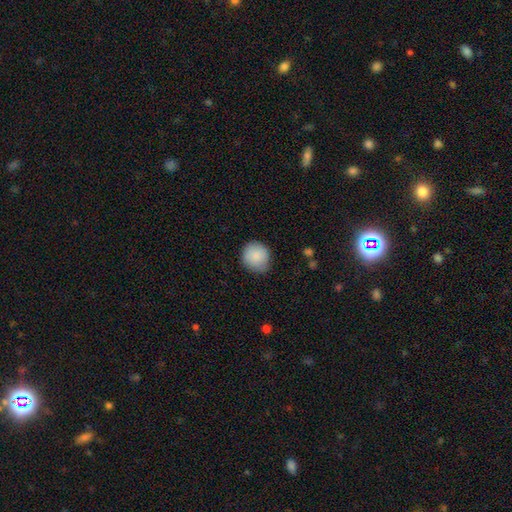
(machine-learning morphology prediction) Smooth or featured? smooth (89%)
How rounded? round (89%)
Merging? none (79%)